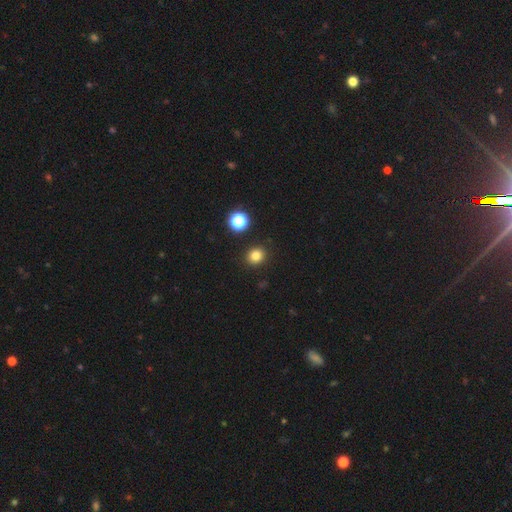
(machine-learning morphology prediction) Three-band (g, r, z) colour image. It shows a smooth galaxy with no disk features (81%) that is round (85%). Merging: none (90%).